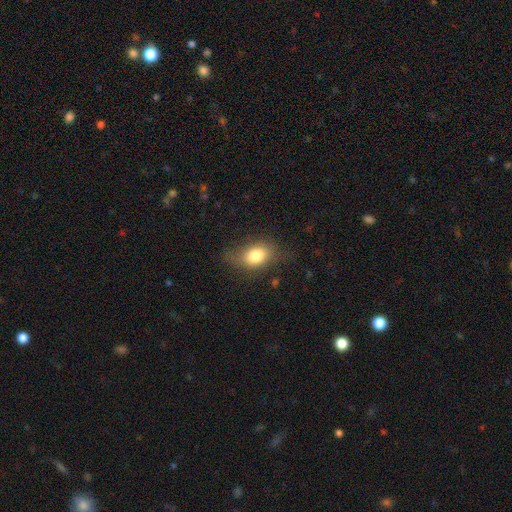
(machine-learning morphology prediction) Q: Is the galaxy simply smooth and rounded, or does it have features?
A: smooth — 79%.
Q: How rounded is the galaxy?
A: in between — 79%.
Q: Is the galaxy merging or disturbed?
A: none — 66%.